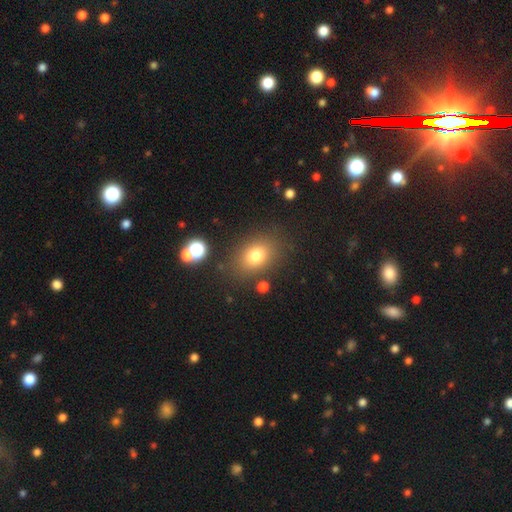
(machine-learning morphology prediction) Q: Smooth or featured?
A: smooth (77%); runner-up: star or artifact (14%)
Q: How rounded?
A: in between (62%); runner-up: round (37%)
Q: Merging?
A: none (81%); runner-up: minor disturbance (11%)